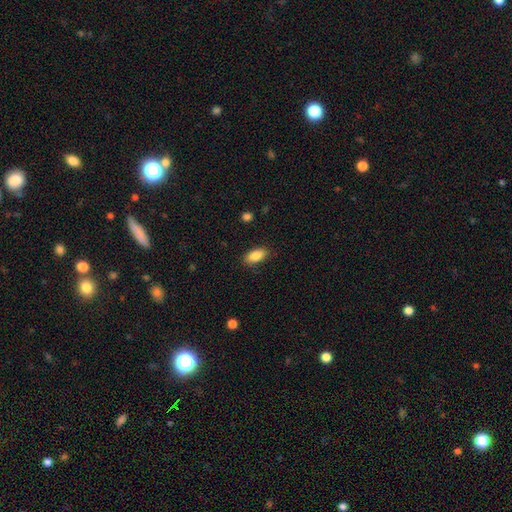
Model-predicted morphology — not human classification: This appears to be a smooth galaxy with no disk features (86%) that is in between round and cigar-shaped (89%). Merging: none (86%).